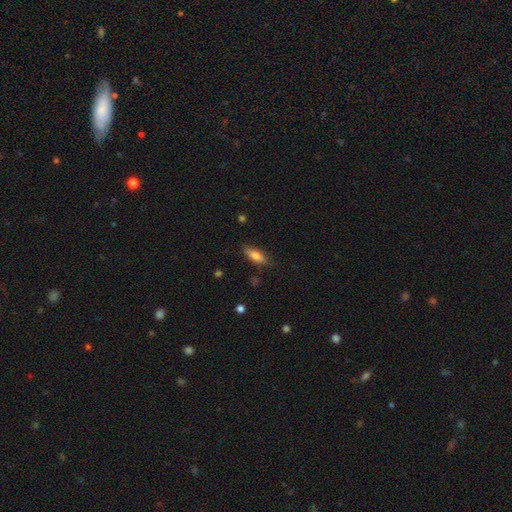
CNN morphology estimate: The model was most divided on "how rounded": in between: 64%, cigar-shaped: 34%, round: 3%. More confident: merging — none (79%); smooth or featured — smooth (73%).